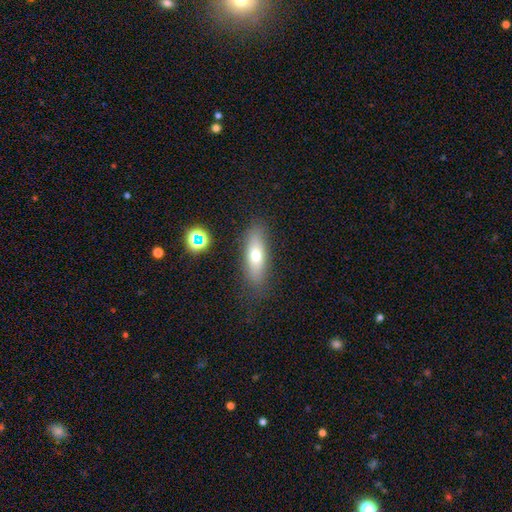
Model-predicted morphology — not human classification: Smooth or featured?
  - smooth: 65% *
  - featured or disk: 26%
  - star or artifact: 10%
How rounded?
  - in between: 54% *
  - cigar-shaped: 42%
  - round: 4%
Merging?
  - none: 83% *
  - minor disturbance: 11%
  - major disturbance: 4%
  - merger: 2%